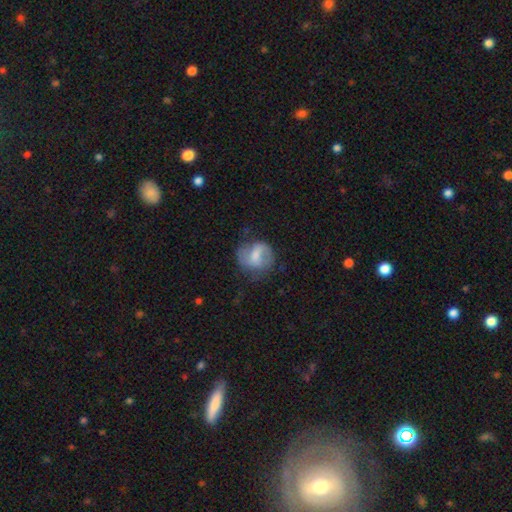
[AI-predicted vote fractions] Overall: featured or disk (47%; smooth 45%). Merging: none (55%; minor disturbance 26%).